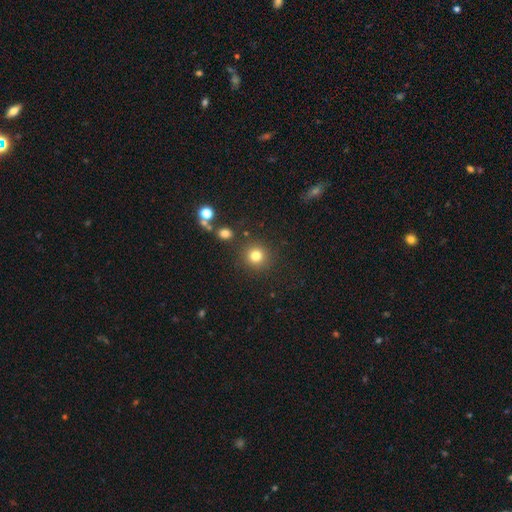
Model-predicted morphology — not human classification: The model was most divided on "smooth or featured": smooth: 81%, star or artifact: 13%, featured or disk: 6%. More confident: how rounded — round (93%); merging — none (86%).